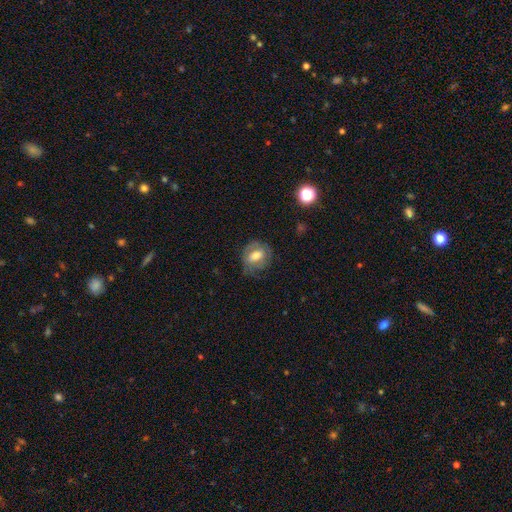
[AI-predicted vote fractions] This is possibly a smooth galaxy (54%). How rounded: possibly in between (54%). Merging: likely none (63%).